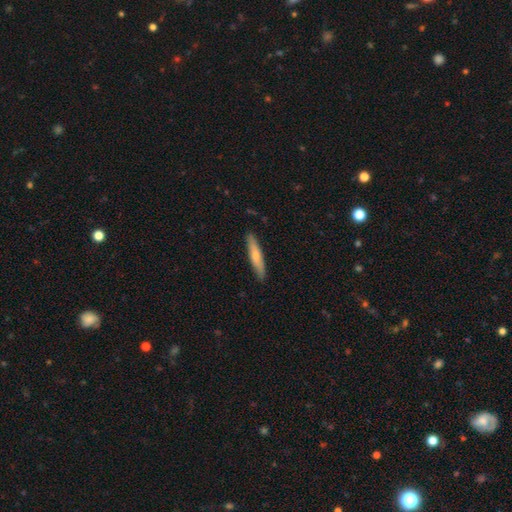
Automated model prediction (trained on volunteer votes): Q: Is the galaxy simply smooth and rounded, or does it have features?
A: smooth — 64%.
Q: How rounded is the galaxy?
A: cigar-shaped — 88%.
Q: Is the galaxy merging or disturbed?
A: none — 88%.